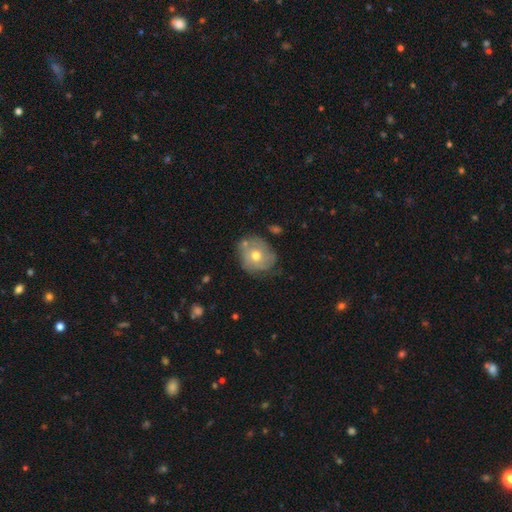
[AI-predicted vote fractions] Q: Smooth or featured?
A: featured or disk (48%); runner-up: smooth (43%)
Q: Merging?
A: none (63%); runner-up: minor disturbance (24%)